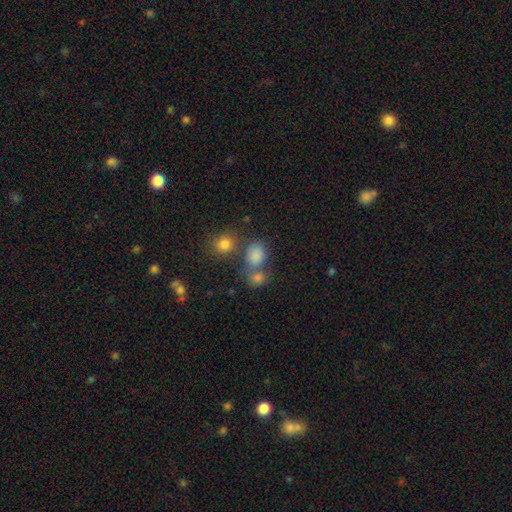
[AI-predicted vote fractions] This is clearly a smooth galaxy (81%). How rounded: possibly in between (59%). Merging: possibly none (48%).